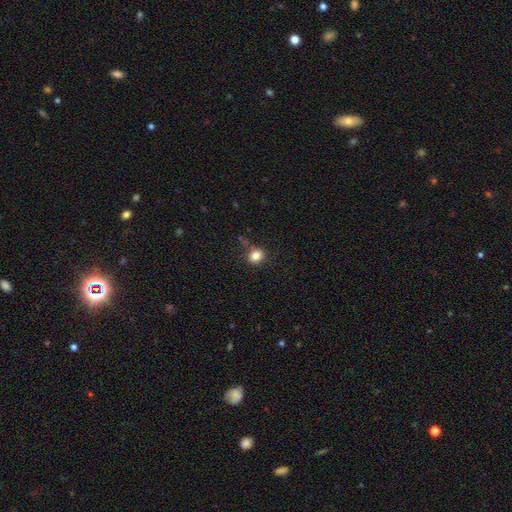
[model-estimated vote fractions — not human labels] A smooth galaxy with no disk features (83%) that is round (63%). Merging: none (74%).